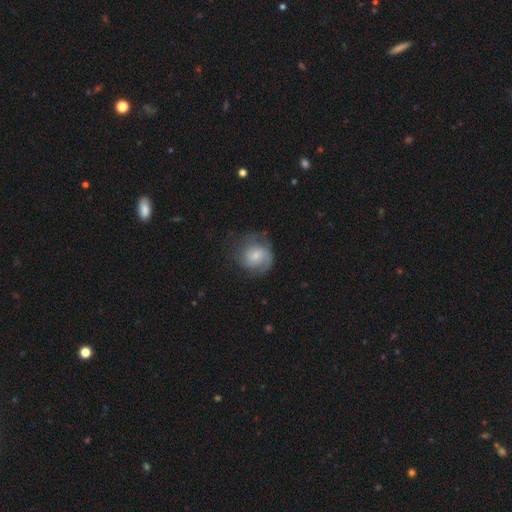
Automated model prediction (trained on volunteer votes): The model was most divided on "bar": no: 54%, weak: 39%, strong: 7%. More confident: edge-on disk — no (98%); spiral arms — yes (87%); merging — none (60%); bulge size — small (55%); smooth or featured — featured or disk (54%).